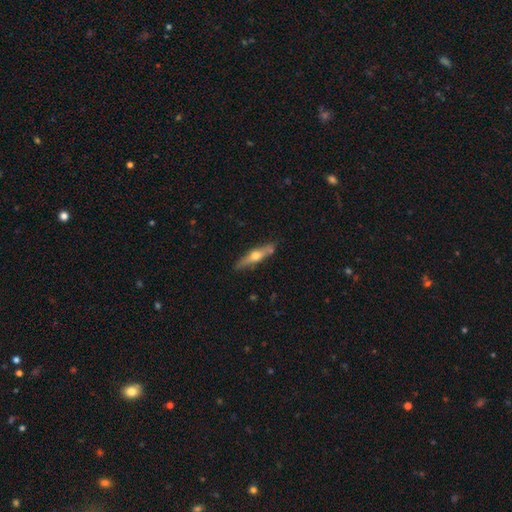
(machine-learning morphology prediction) A featured or disk galaxy (63%) viewed edge-on (93%) with a rounded central bulge (94%).

Vote fractions:
- Smooth or featured? featured or disk: 63% / smooth: 31% / star or artifact: 6%
- Edge-on disk? yes: 93% / no: 7%
- Edge-on bulge? rounded: 94% / none: 3% / boxy: 3%
- Merging? none: 83% / minor disturbance: 12% / merger: 3% / major disturbance: 2%